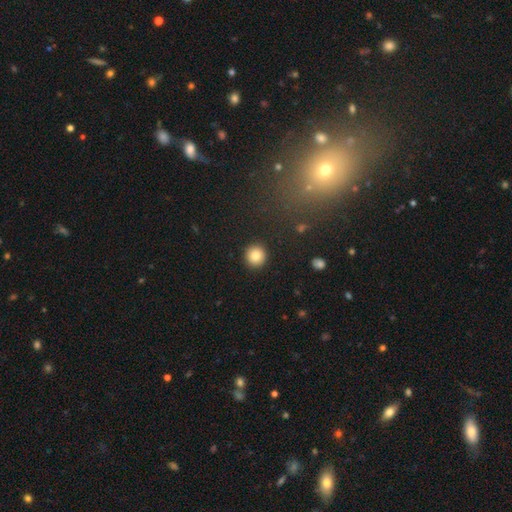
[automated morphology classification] The model was most divided on "smooth or featured": smooth: 85%, star or artifact: 9%, featured or disk: 6%. More confident: how rounded — round (94%); merging — none (93%).